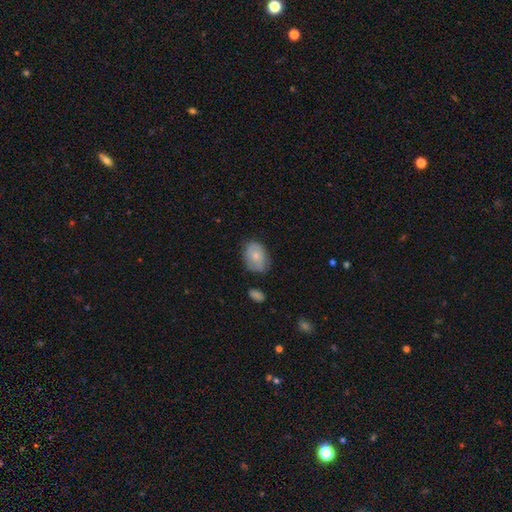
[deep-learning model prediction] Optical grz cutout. It shows a smooth galaxy with no disk features (71%) that is in between round and cigar-shaped (75%). Merging: none (65%).